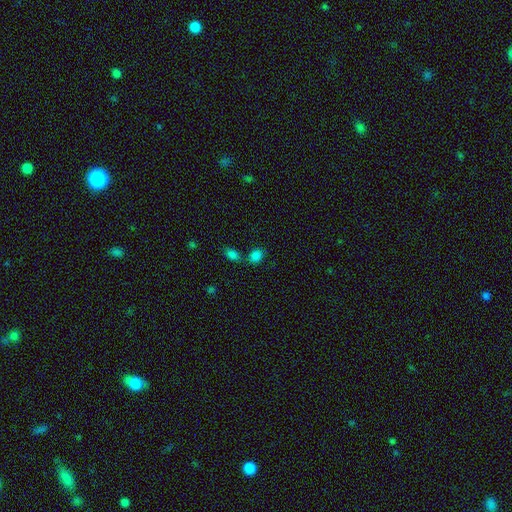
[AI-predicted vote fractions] A smooth galaxy with no disk features (81%) that is in between round and cigar-shaped (60%). Merging: none (60%).